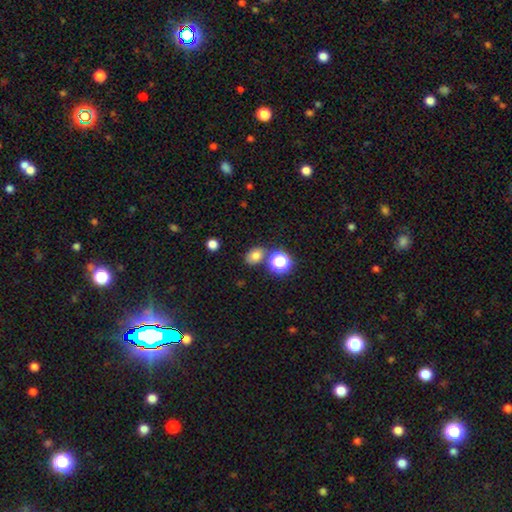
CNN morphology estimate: This appears to be a smooth galaxy with no disk features (76%) that is in between round and cigar-shaped (57%). Merging: none (72%).